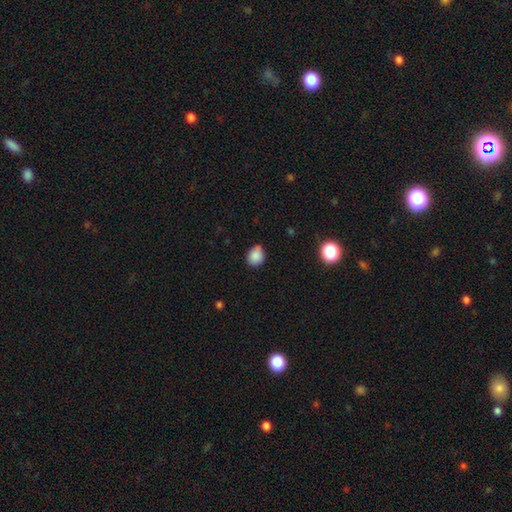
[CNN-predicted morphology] Smooth or featured: smooth — 85% (star or artifact — 10%)
How rounded: round — 59% (in between — 40%)
Merging: none — 65% (minor disturbance — 27%)